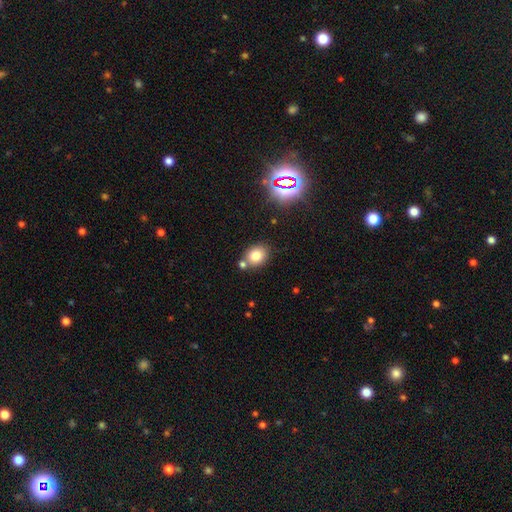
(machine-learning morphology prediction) This is likely a smooth galaxy (79%). How rounded: possibly round (57%). Merging: likely none (69%).